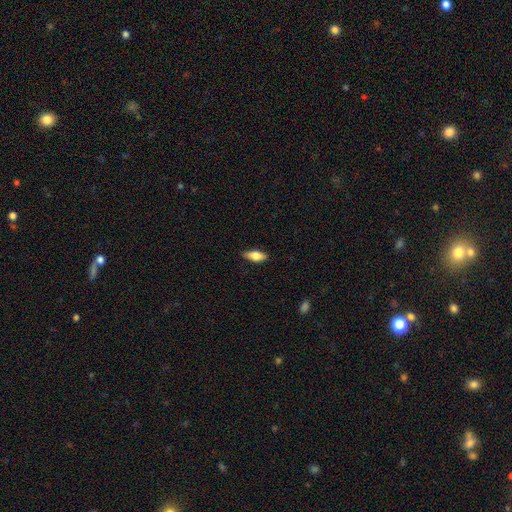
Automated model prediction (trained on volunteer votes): Q: Smooth or featured?
A: smooth (68%); runner-up: featured or disk (25%)
Q: How rounded?
A: in between (77%); runner-up: cigar-shaped (20%)
Q: Merging?
A: none (86%); runner-up: minor disturbance (11%)